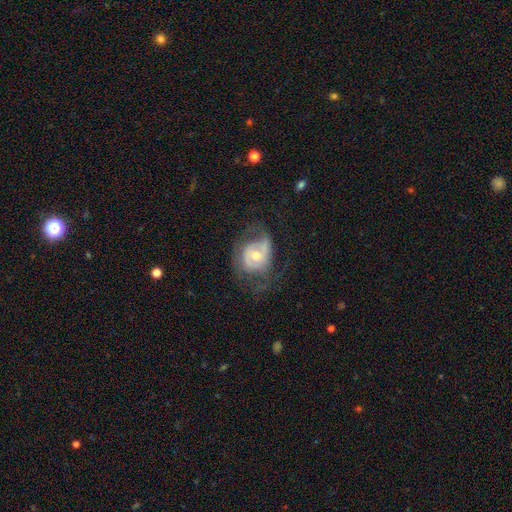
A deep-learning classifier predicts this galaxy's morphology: featured or disk 68%, smooth 25%, star or artifact 8%. Down the decision tree: edge-on disk — no (96%); bar — no (67%); spiral arms — yes (72%); bulge size — moderate (59%); merging — none (49%).